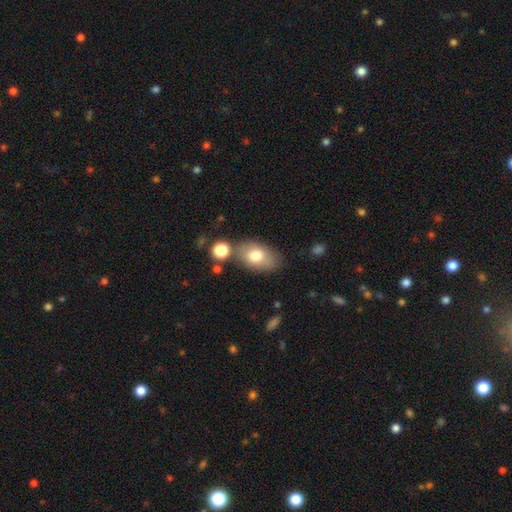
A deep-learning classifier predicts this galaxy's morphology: smooth-or-featured: smooth: 76% | featured or disk: 17% | star or artifact: 7%
  how-rounded: in between: 90% | round: 9% | cigar-shaped: 2%
  merging: none: 67% | minor disturbance: 16% | merger: 12% | major disturbance: 5%